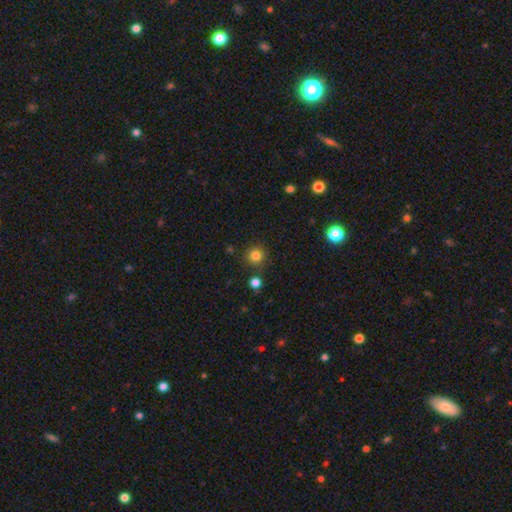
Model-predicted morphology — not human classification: Smooth or featured? smooth (81%)
How rounded? round (93%)
Merging? none (84%)